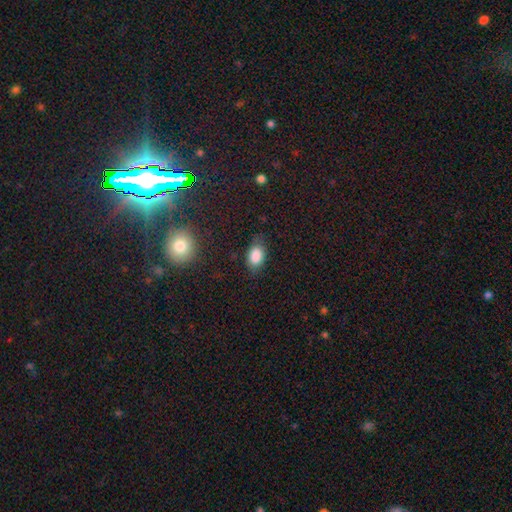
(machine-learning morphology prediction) Smooth or featured? smooth (85%)
How rounded? in between (85%)
Merging? none (75%)